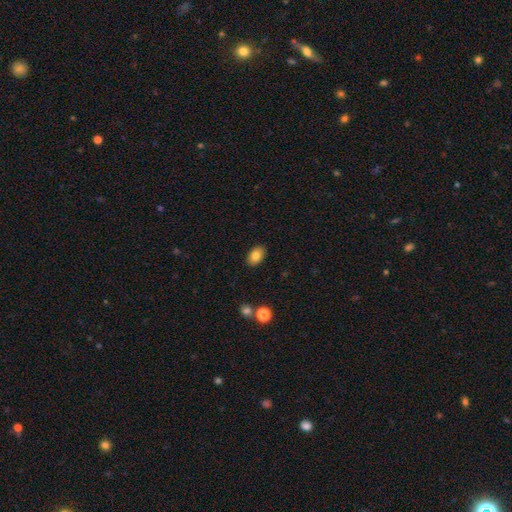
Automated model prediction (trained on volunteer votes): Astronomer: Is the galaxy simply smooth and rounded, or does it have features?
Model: smooth — 81%.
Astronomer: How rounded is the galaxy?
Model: in between — 86%.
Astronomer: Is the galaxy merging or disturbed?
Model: none — 88%.